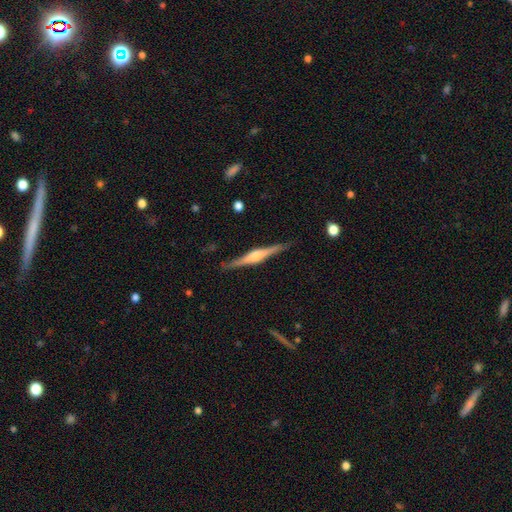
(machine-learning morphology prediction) Smooth or featured: featured or disk — 80% (smooth — 15%)
Edge-on disk: yes — 98% (no — 2%)
Edge-on bulge: rounded — 82% (boxy — 14%)
Merging: none — 88% (minor disturbance — 9%)